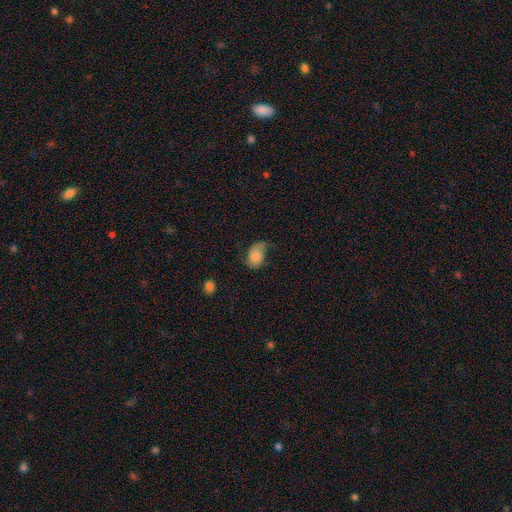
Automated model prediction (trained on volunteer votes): Overall: smooth (69%). How rounded: in between (76%). Merging: minor disturbance (34%; none 33%).